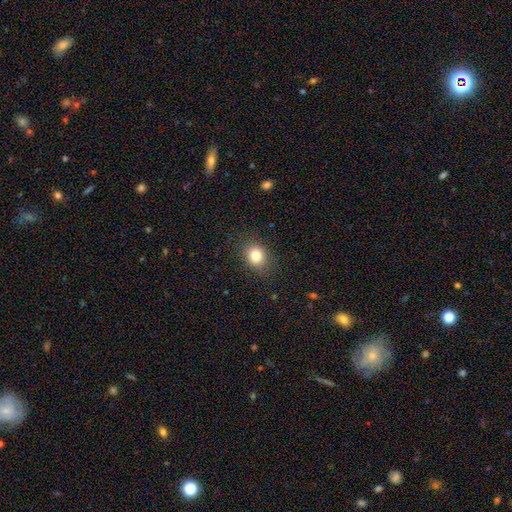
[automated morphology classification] Overall: smooth (81%). How rounded: round (61%; in between 38%). Merging: none (85%).